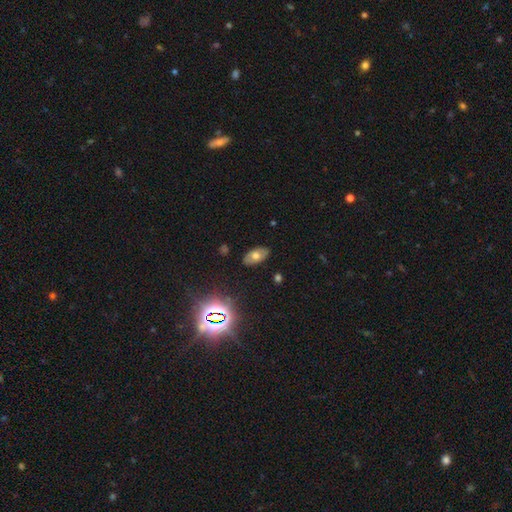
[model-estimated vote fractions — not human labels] Morphology: type=smooth (58%); roundness=in between (92%); merging=none (86%).